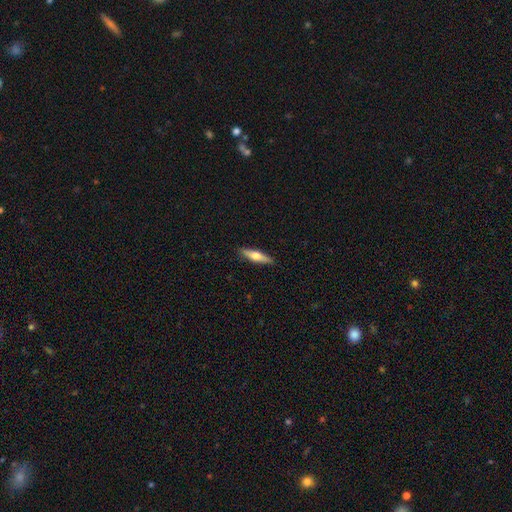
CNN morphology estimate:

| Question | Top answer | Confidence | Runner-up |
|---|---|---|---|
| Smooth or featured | smooth | 53% | featured or disk (42%) |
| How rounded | cigar-shaped | 74% | in between (24%) |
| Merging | none | 90% | minor disturbance (7%) |